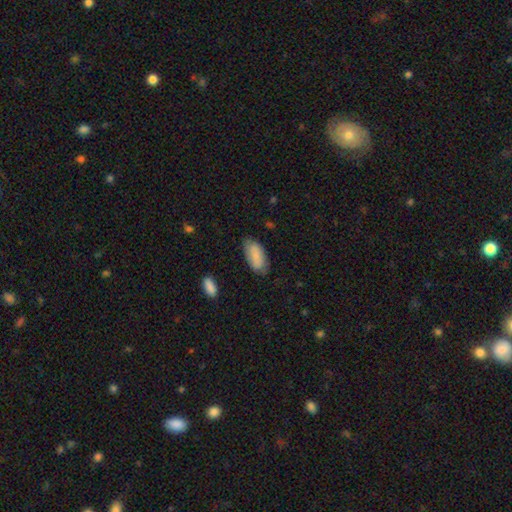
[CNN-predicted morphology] Smooth or featured? smooth (84%)
How rounded? in between (89%)
Merging? none (74%)